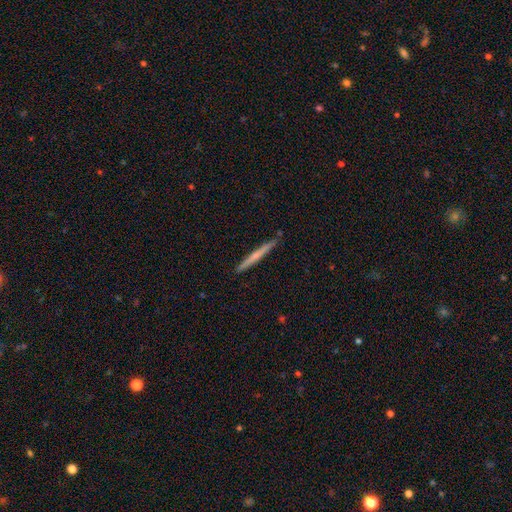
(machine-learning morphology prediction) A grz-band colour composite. It shows a smooth galaxy with no disk features (48%). Merging: none (90%).